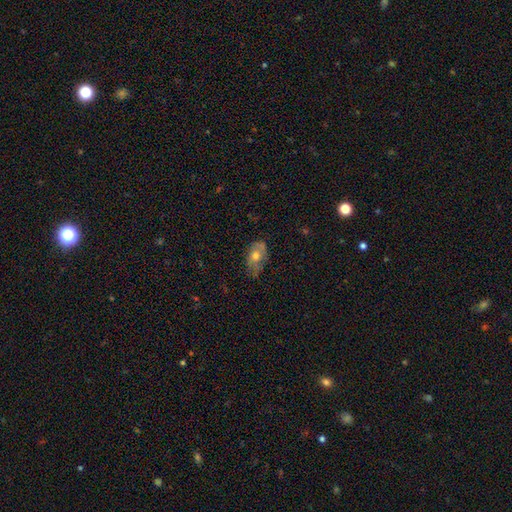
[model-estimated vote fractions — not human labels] Smooth or featured?
  - smooth: 48% *
  - featured or disk: 42%
  - star or artifact: 9%
Merging?
  - none: 62% *
  - minor disturbance: 28%
  - major disturbance: 8%
  - merger: 2%